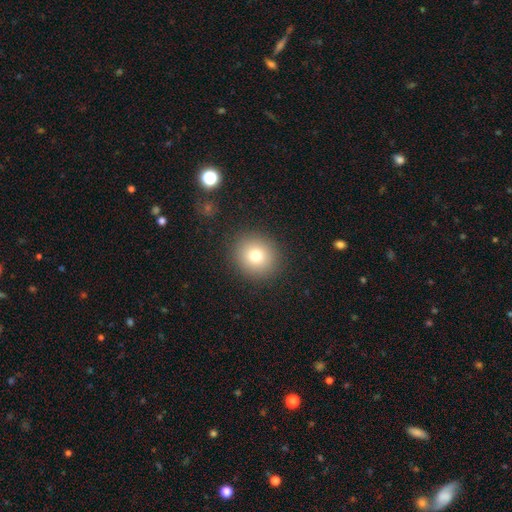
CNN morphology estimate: Overall: smooth (77%). How rounded: round (87%). Merging: none (90%).